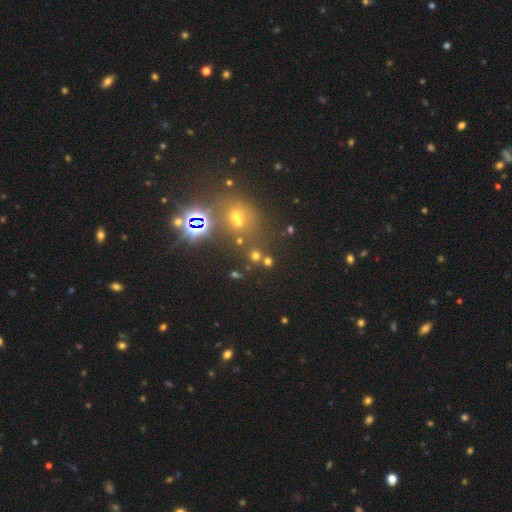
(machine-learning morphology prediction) Smooth or featured?
  - smooth: 52% *
  - star or artifact: 38%
  - featured or disk: 10%
How rounded?
  - round: 85% *
  - in between: 13%
  - cigar-shaped: 2%
Merging?
  - none: 67% *
  - merger: 19%
  - minor disturbance: 8%
  - major disturbance: 5%